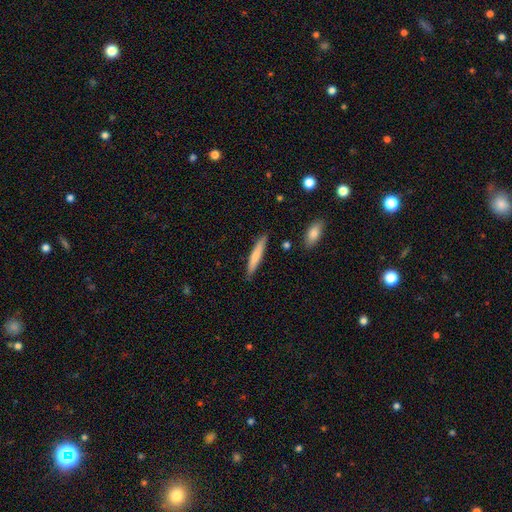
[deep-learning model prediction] smooth_or_featured: smooth (p=0.73) [alt: featured or disk p=0.21]
how_rounded: cigar-shaped (p=0.92) [alt: in between p=0.07]
merging: none (p=0.88) [alt: minor disturbance p=0.09]